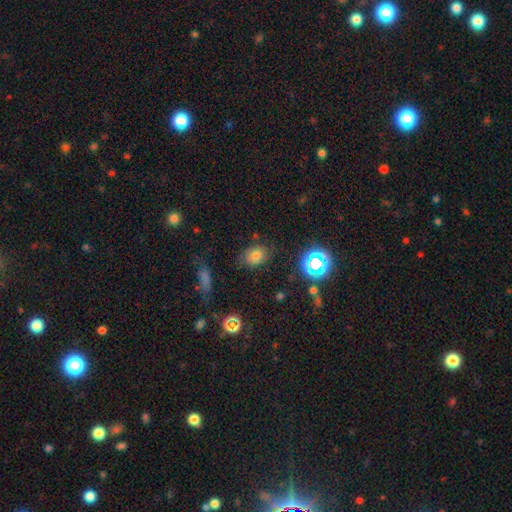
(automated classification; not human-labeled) A smooth galaxy with no disk features (71%) that is in between round and cigar-shaped (60%).

Vote fractions:
- Smooth or featured? smooth: 71% / star or artifact: 19% / featured or disk: 11%
- How rounded? in between: 60% / round: 39% / cigar-shaped: 1%
- Merging? none: 77% / minor disturbance: 16% / major disturbance: 5% / merger: 2%